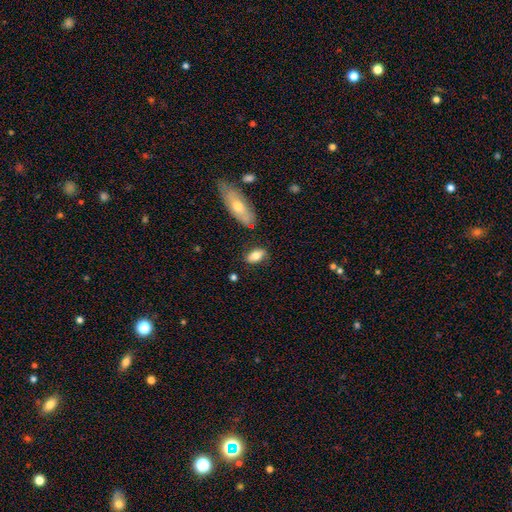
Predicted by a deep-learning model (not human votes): This is likely a smooth galaxy (75%). How rounded: clearly in between (87%). Merging: likely none (76%).